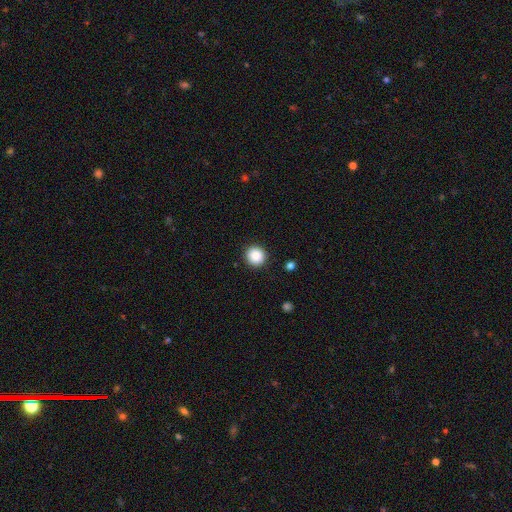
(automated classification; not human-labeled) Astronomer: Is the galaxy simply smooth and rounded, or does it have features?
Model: smooth — 87%.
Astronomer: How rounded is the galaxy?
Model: round — 94%.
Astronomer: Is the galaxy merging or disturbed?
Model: none — 92%.